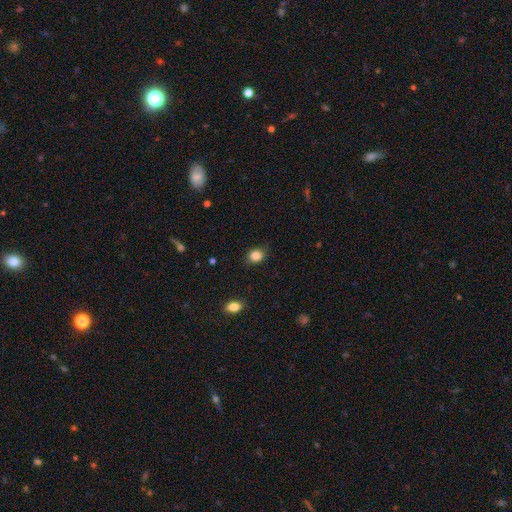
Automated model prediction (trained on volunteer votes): Smooth or featured: smooth — 86% (star or artifact — 10%)
How rounded: round — 60% (in between — 39%)
Merging: none — 80% (minor disturbance — 15%)